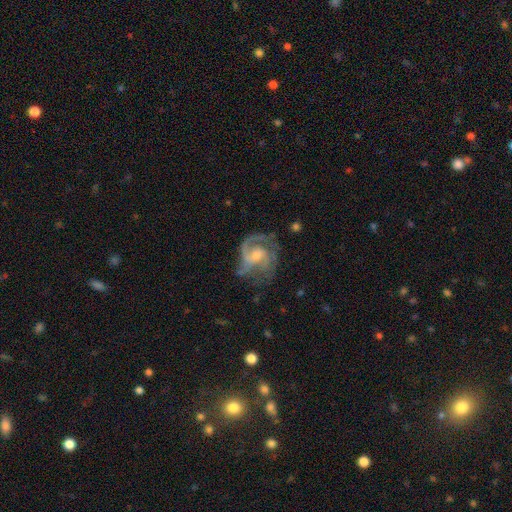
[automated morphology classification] Overall: featured or disk (84%). Edge-on disk: no (98%). Bar: no (52%; weak 41%). Spiral arms: yes (94%). Spiral arm count: 2 (38%; 3 26%). Spiral winding: medium (50%; tight 30%). Bulge size: moderate (49%; small 38%). Merging: none (52%; major disturbance 24%).